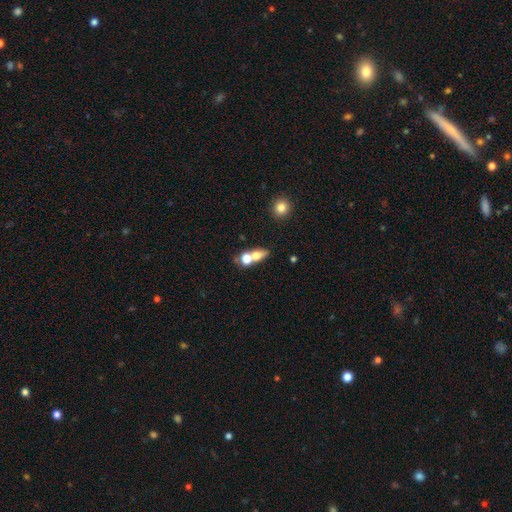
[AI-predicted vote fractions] A smooth galaxy with no disk features (68%) that is in between round and cigar-shaped (54%). Merging: merger (57%).